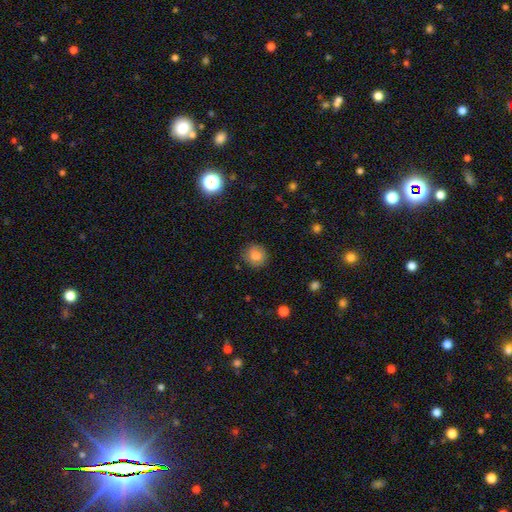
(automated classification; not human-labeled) This is likely a smooth galaxy (78%). How rounded: clearly round (85%). Merging: clearly none (84%).